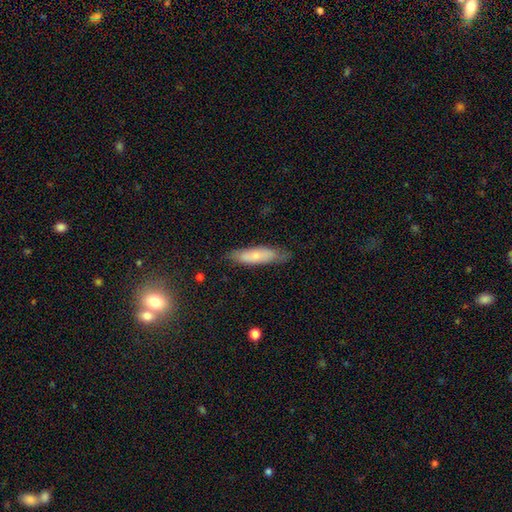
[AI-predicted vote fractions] smooth 66%, featured or disk 28%, star or artifact 7%. Down the decision tree: how rounded — cigar-shaped (66%); merging — none (76%).